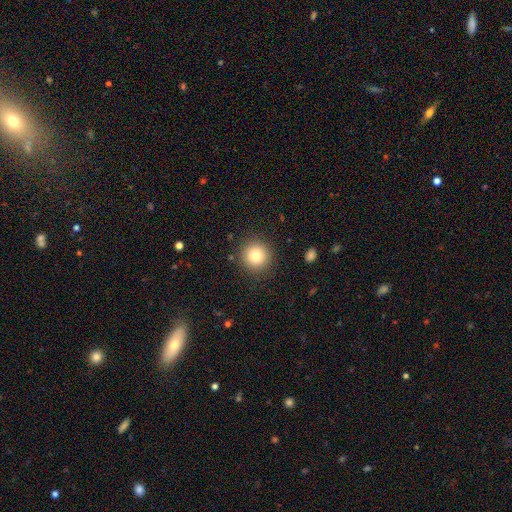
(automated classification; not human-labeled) The model was most divided on "smooth or featured": smooth: 80%, star or artifact: 11%, featured or disk: 9%. More confident: how rounded — round (95%); merging — none (90%).